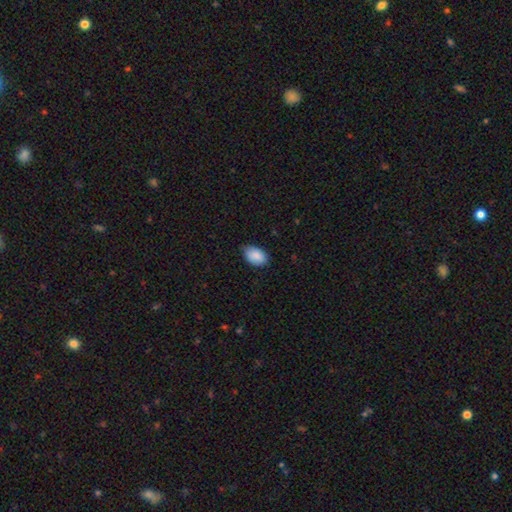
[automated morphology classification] Smooth or featured?
  - smooth: 89% *
  - star or artifact: 6%
  - featured or disk: 5%
How rounded?
  - in between: 90% *
  - round: 9%
  - cigar-shaped: 1%
Merging?
  - none: 80% *
  - minor disturbance: 17%
  - major disturbance: 2%
  - merger: 1%